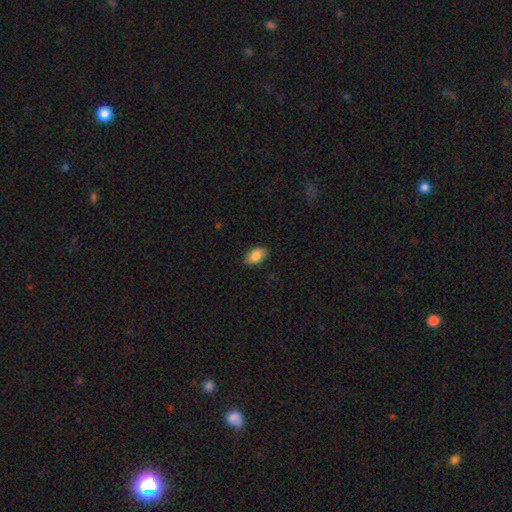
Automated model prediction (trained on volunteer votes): Q: Smooth or featured?
A: smooth (86%); runner-up: star or artifact (7%)
Q: How rounded?
A: in between (90%); runner-up: round (8%)
Q: Merging?
A: none (87%); runner-up: minor disturbance (10%)